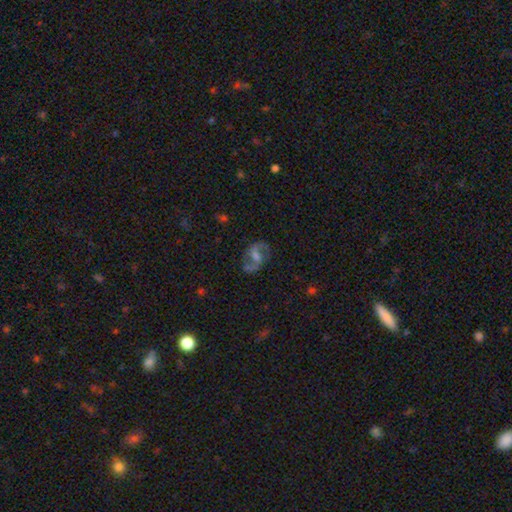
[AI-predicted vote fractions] This appears to be a featured or disk galaxy (83%) with a weak bar (50%), 2 (92%) medium (48%) spiral arms (94%) and a moderate central bulge (48%). Merging: none (77%).